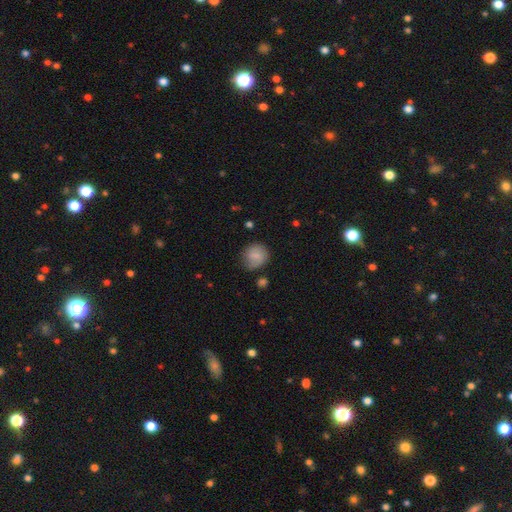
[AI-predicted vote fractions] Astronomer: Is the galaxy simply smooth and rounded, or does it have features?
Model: smooth — 79%.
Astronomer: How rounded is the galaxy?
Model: round — 81%.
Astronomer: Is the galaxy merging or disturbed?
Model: none — 64%.